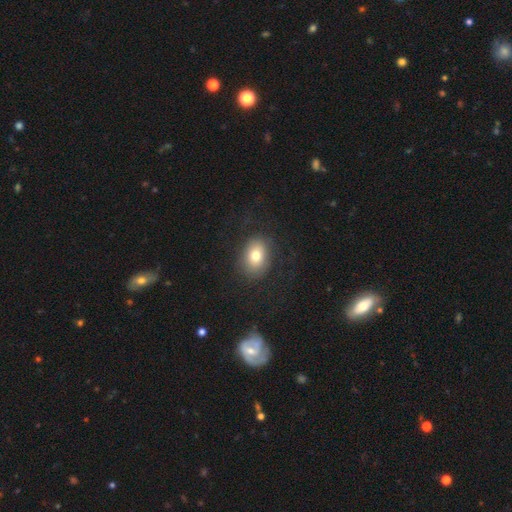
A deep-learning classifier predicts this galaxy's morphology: type=smooth (75%); roundness=in between (73%); merging=none (78%).